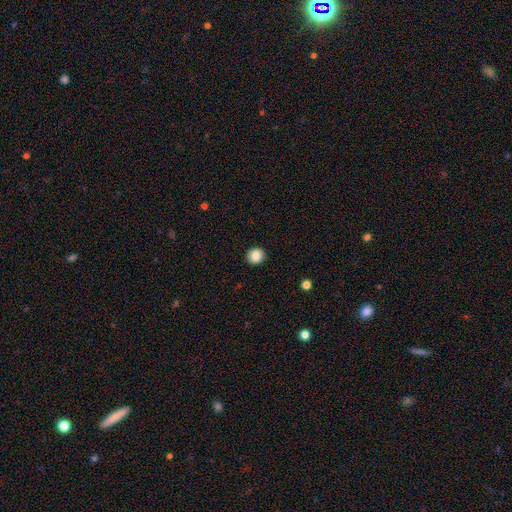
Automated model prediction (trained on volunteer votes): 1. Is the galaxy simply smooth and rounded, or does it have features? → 86% smooth, 9% star or artifact, 5% featured or disk.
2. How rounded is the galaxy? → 88% round, 11% in between, 1% cigar-shaped.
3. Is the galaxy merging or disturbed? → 91% none, 6% minor disturbance, 2% major disturbance, 1% merger.